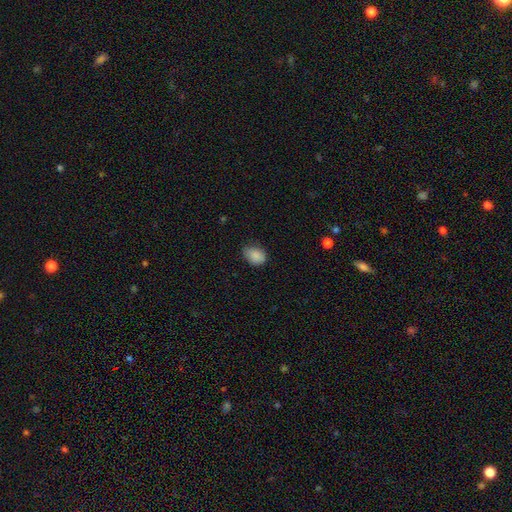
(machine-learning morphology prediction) Smooth or featured? Predicted: smooth (p=0.87). How rounded? Predicted: in between (p=0.73). Merging? Predicted: none (p=0.66).